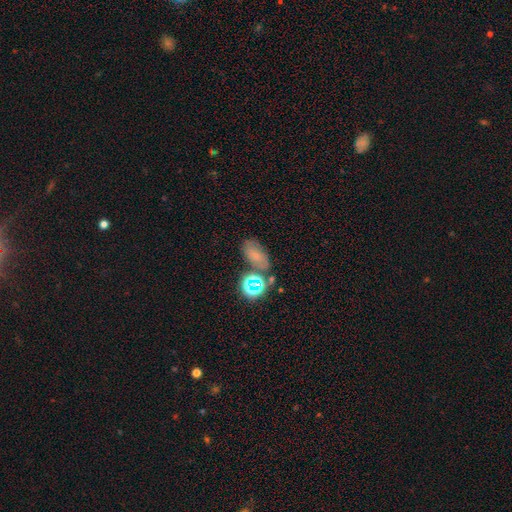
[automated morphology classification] The model was most divided on "smooth or featured": smooth: 54%, star or artifact: 28%, featured or disk: 18%. More confident: how rounded — in between (83%); merging — none (61%).